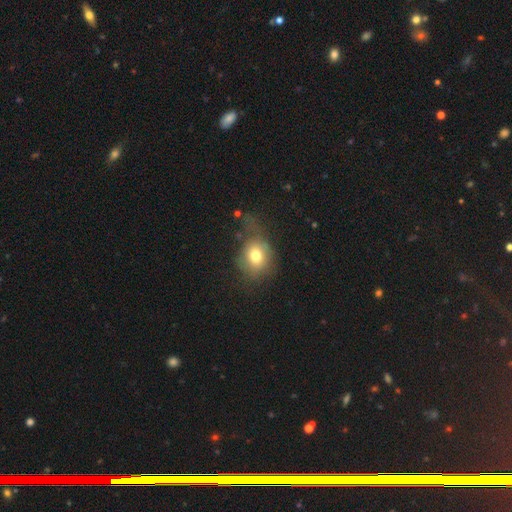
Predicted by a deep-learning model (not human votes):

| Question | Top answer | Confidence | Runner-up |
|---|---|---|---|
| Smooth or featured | smooth | 74% | featured or disk (15%) |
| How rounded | round | 67% | in between (32%) |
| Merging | none | 43% | minor disturbance (27%) |